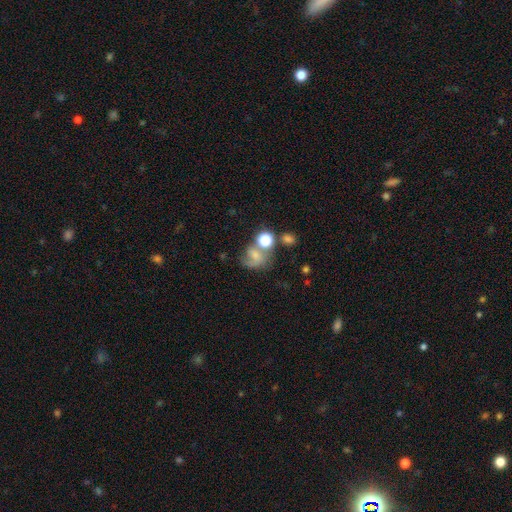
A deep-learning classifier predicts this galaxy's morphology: A smooth galaxy with no disk features (49%).

Vote fractions:
- Smooth or featured? smooth: 49% / featured or disk: 34% / star or artifact: 17%
- Merging? none: 36% / merger: 25% / major disturbance: 21% / minor disturbance: 18%